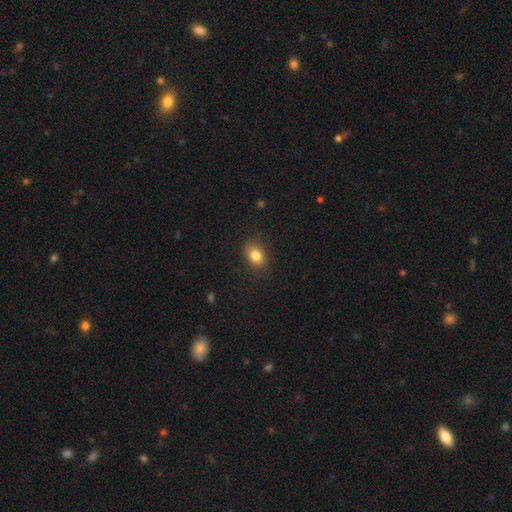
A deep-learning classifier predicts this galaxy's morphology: A smooth galaxy with no disk features (82%) that is in between round and cigar-shaped (66%). Merging: none (83%).